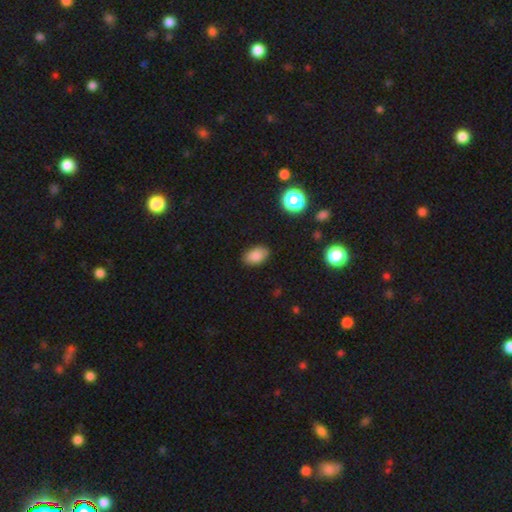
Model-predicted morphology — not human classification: The model was most divided on "merging": none: 85%, minor disturbance: 11%, major disturbance: 2%, merger: 1%. More confident: how rounded — in between (90%); smooth or featured — smooth (84%).